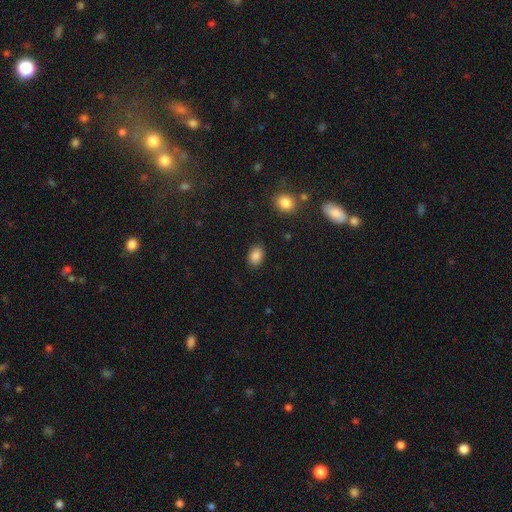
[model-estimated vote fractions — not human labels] Smooth or featured? smooth (85%)
How rounded? in between (69%)
Merging? none (86%)